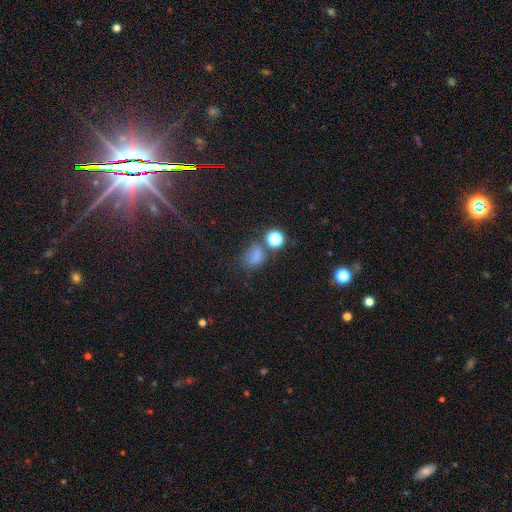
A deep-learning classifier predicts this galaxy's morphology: Smooth or featured: smooth — 66% (star or artifact — 25%)
How rounded: in between — 52% (round — 46%)
Merging: none — 51% (minor disturbance — 22%)